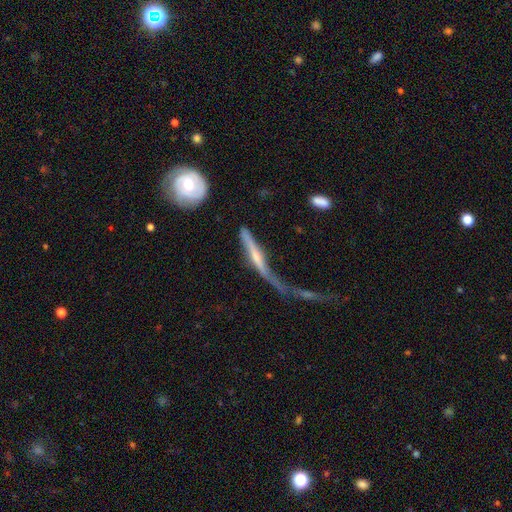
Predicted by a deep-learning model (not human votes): The model was most divided on "merging": major disturbance: 47%, none: 19%, merger: 18%, minor disturbance: 16%. More confident: edge-on disk — yes (67%); smooth or featured — featured or disk (62%).